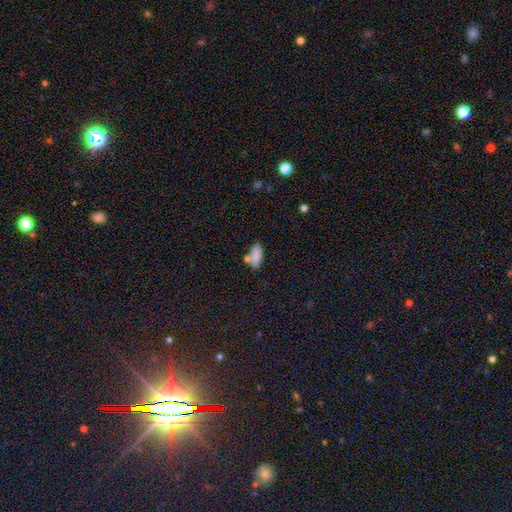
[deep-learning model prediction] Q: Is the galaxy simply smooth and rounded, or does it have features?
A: smooth — 86%.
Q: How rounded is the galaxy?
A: in between — 82%.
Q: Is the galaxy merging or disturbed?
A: none — 66%.